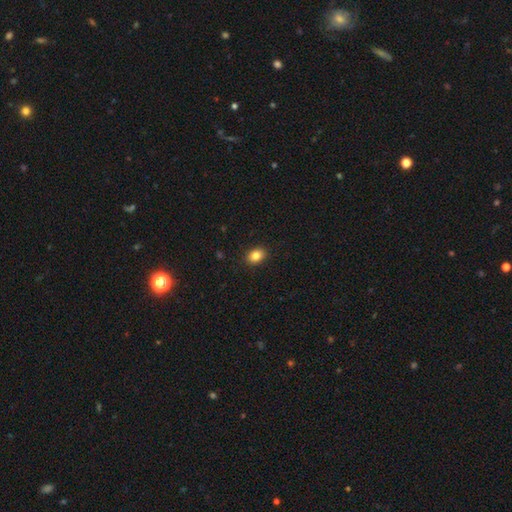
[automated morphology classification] This is clearly a smooth galaxy (83%). How rounded: likely in between (67%). Merging: clearly none (90%).